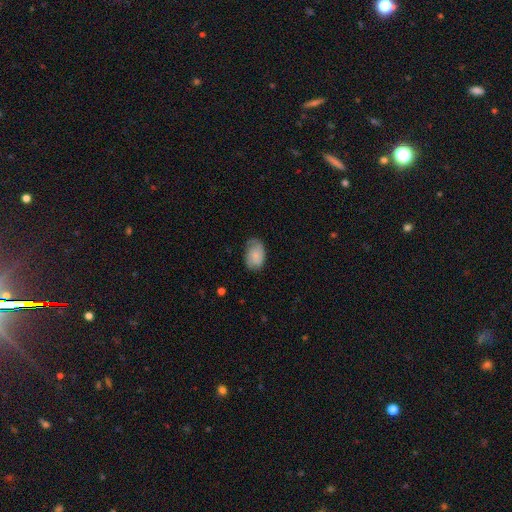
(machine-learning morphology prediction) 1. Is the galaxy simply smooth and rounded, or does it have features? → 60% smooth, 33% featured or disk, 7% star or artifact.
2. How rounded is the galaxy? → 86% in between, 12% round, 1% cigar-shaped.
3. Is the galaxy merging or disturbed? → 60% none, 29% minor disturbance, 10% major disturbance, 1% merger.